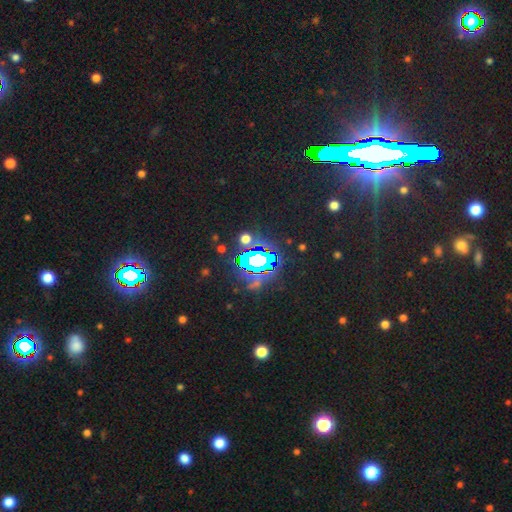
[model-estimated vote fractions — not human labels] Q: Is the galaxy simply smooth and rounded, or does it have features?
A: star or artifact — 74%.